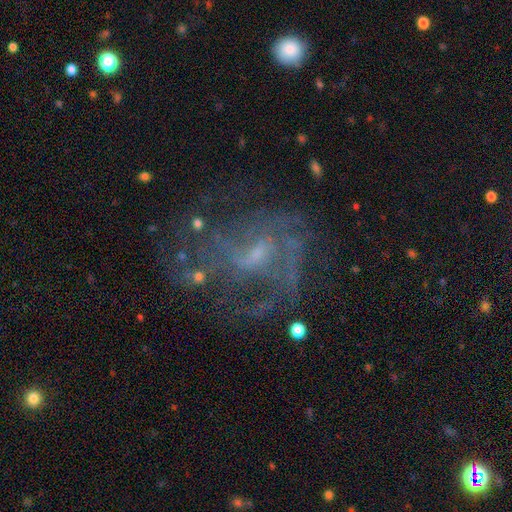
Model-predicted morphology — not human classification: Smooth or featured?
  - featured or disk: 78% *
  - star or artifact: 12%
  - smooth: 9%
Edge-on disk?
  - no: 97% *
  - yes: 3%
Bar?
  - weak: 51% *
  - no: 37%
  - strong: 12%
Spiral arms?
  - yes: 79% *
  - no: 21%
Spiral winding?
  - medium: 43% *
  - loose: 33%
  - tight: 23%
Spiral arm count?
  - can't tell: 37% *
  - 2: 25%
  - 3: 17%
  - 1: 8%
  - 4: 8%
  - more than 4: 5%
Bulge size?
  - small: 62% *
  - moderate: 20%
  - none: 16%
  - large: 1%
  - dominant: 1%
Merging?
  - none: 52% *
  - major disturbance: 27%
  - minor disturbance: 17%
  - merger: 4%